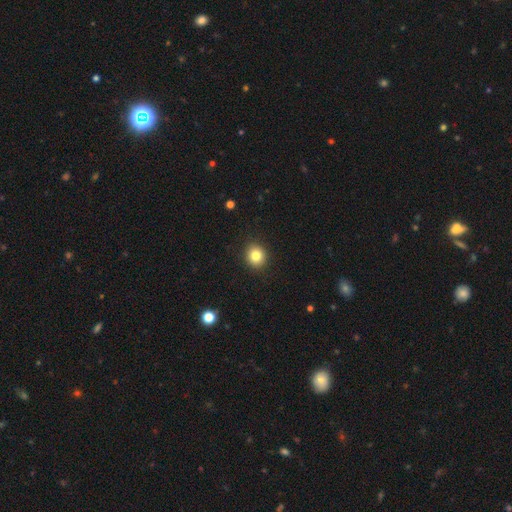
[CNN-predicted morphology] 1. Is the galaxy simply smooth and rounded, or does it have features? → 83% smooth, 11% star or artifact, 7% featured or disk.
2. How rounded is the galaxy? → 83% round, 16% in between, 1% cigar-shaped.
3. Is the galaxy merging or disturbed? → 91% none, 6% minor disturbance, 2% major disturbance, 1% merger.